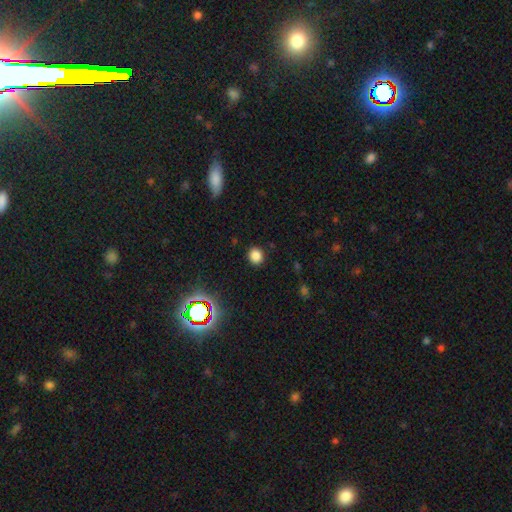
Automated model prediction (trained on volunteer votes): Q: Smooth or featured?
A: smooth (81%); runner-up: star or artifact (14%)
Q: How rounded?
A: round (81%); runner-up: in between (18%)
Q: Merging?
A: none (90%); runner-up: minor disturbance (7%)